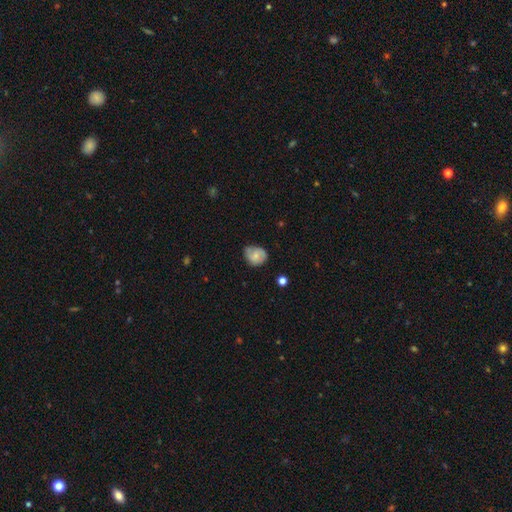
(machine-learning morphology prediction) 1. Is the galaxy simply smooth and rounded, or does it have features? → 60% smooth, 33% featured or disk, 8% star or artifact.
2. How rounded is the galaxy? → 63% round, 36% in between, 1% cigar-shaped.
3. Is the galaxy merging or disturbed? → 56% none, 35% minor disturbance, 8% major disturbance, 2% merger.